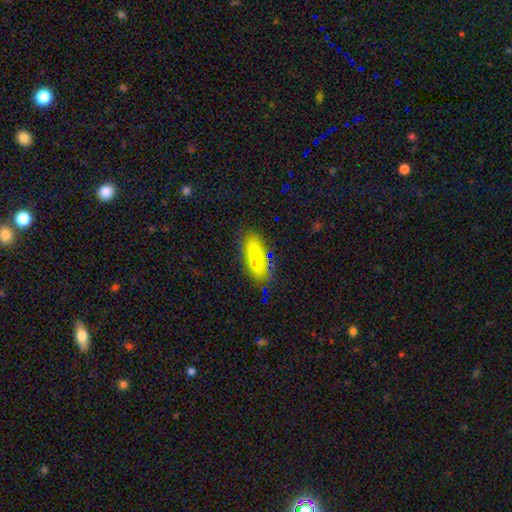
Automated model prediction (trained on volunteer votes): This is likely a smooth galaxy (75%). How rounded: likely in between (72%). Merging: clearly none (84%).